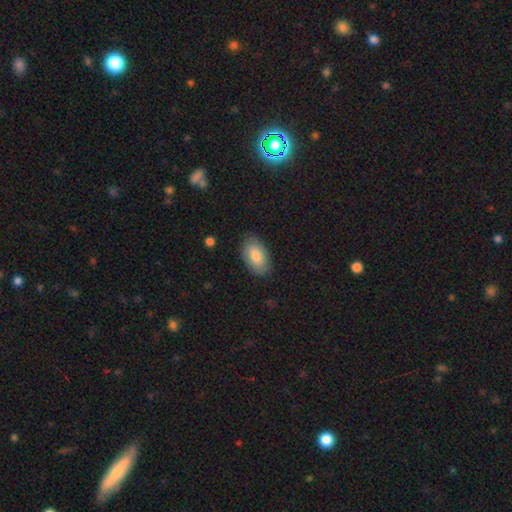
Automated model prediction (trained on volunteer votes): Smooth or featured?
  - smooth: 82% *
  - featured or disk: 12%
  - star or artifact: 6%
How rounded?
  - in between: 94% *
  - round: 4%
  - cigar-shaped: 2%
Merging?
  - none: 83% *
  - minor disturbance: 13%
  - major disturbance: 3%
  - merger: 1%